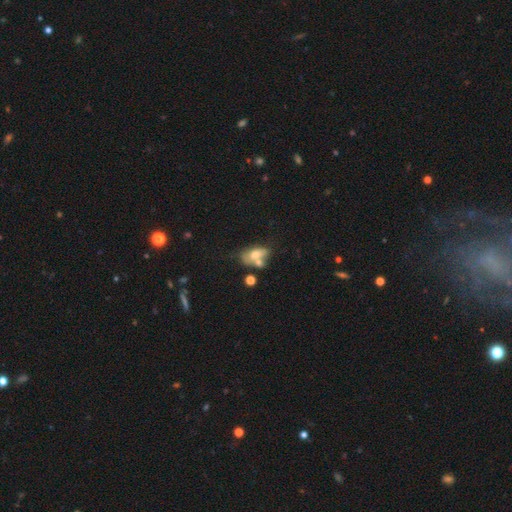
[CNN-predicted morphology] A smooth galaxy with no disk features (61%) that is in between round and cigar-shaped (82%).

Vote fractions:
- Smooth or featured? smooth: 61% / featured or disk: 29% / star or artifact: 10%
- How rounded? in between: 82% / round: 12% / cigar-shaped: 6%
- Merging? merger: 40% / none: 31% / minor disturbance: 17% / major disturbance: 12%